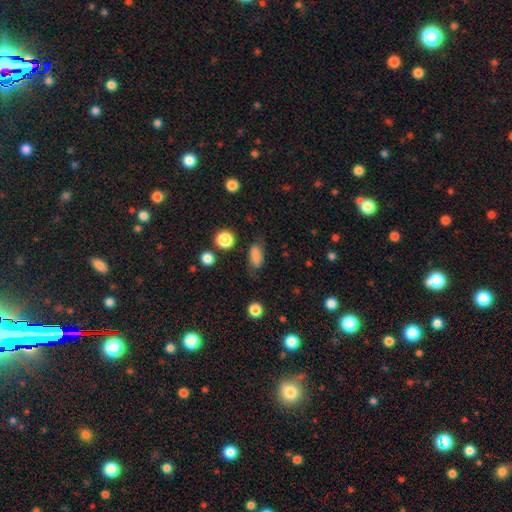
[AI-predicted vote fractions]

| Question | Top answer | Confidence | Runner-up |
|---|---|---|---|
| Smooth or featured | smooth | 80% | star or artifact (10%) |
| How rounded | in between | 83% | cigar-shaped (10%) |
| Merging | none | 71% | minor disturbance (19%) |